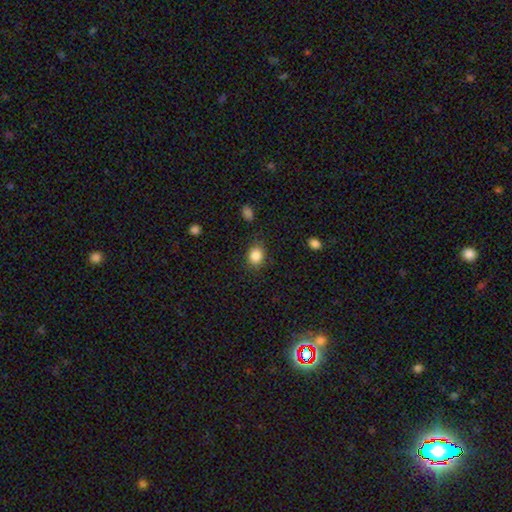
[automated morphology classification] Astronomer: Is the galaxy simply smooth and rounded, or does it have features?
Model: smooth — 85%.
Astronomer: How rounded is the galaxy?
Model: round — 59% (runner-up: in between, 40%).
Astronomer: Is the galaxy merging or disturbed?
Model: none — 83%.